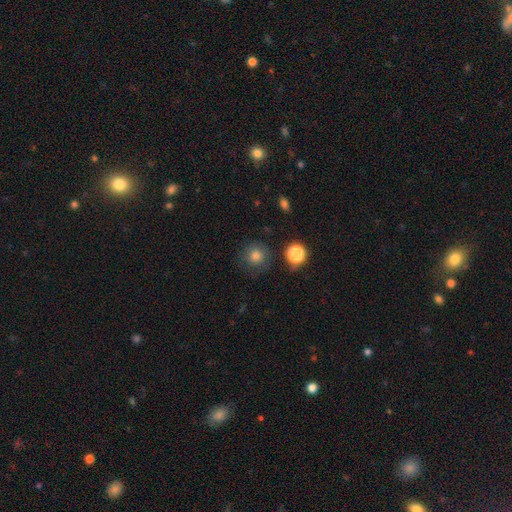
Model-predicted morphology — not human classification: A smooth galaxy with no disk features (78%) that is round (92%). Merging: none (78%).